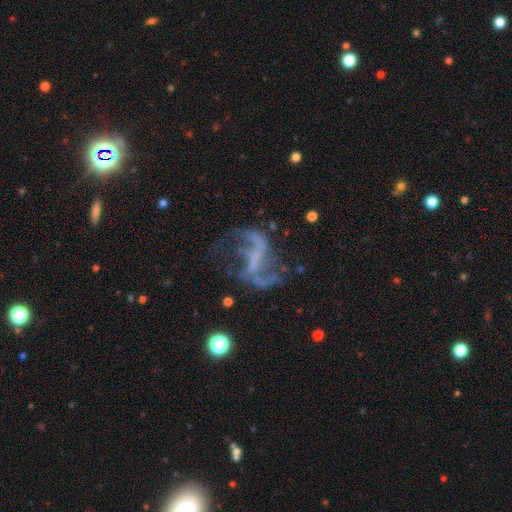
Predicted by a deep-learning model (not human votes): Smooth or featured: featured or disk — 81% (star or artifact — 12%)
Edge-on disk: no — 97% (yes — 3%)
Bar: strong — 43% (weak — 32%)
Spiral arms: yes — 85% (no — 15%)
Spiral winding: loose — 81% (medium — 15%)
Spiral arm count: 2 — 84% (can't tell — 5%)
Bulge size: none — 73% (small — 18%)
Merging: none — 54% (major disturbance — 25%)